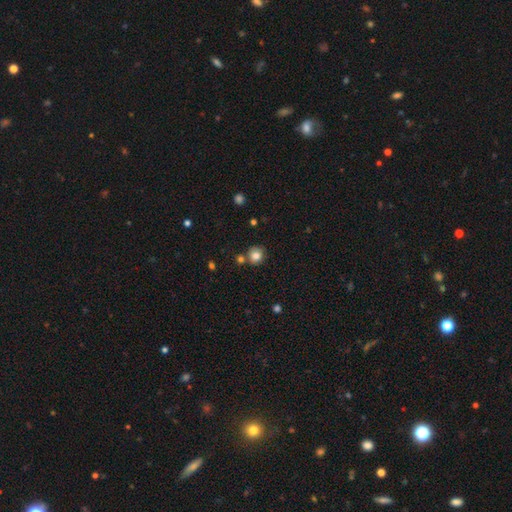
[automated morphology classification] Smooth or featured? Predicted: smooth (p=0.81). How rounded? Predicted: round (p=0.88). Merging? Predicted: none (p=0.72).